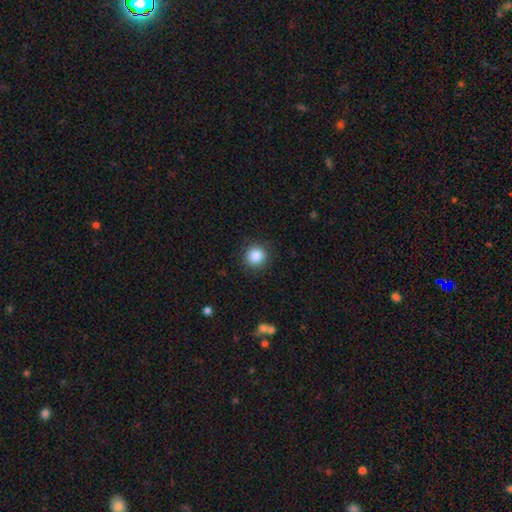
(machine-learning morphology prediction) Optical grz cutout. It shows a smooth galaxy with no disk features (86%) that is round (94%). Merging: none (90%).